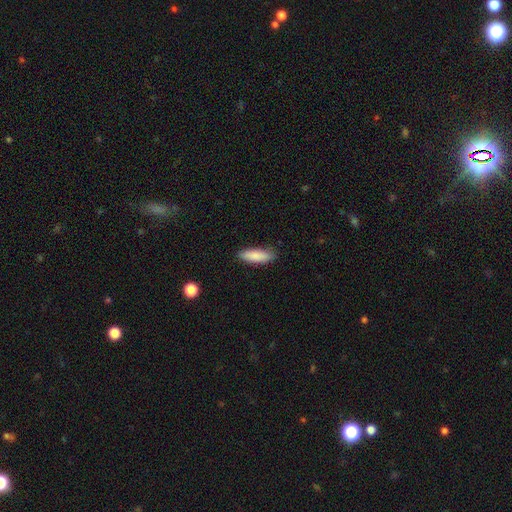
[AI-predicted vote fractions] This is clearly a smooth galaxy (87%). How rounded: possibly cigar-shaped (50%). Merging: clearly none (85%).